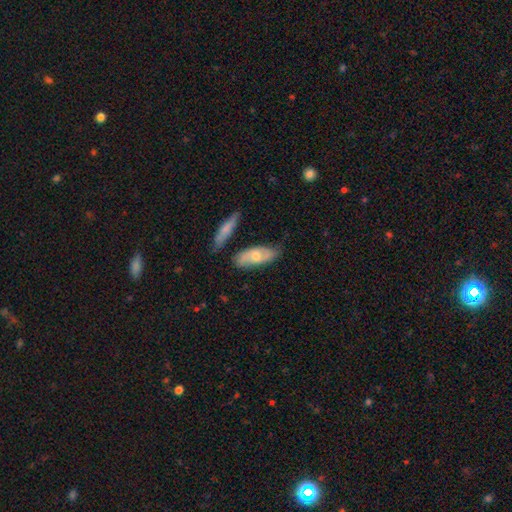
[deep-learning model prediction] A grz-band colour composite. It shows a smooth galaxy with no disk features (53%) that is in between round and cigar-shaped (74%). Merging: none (71%).